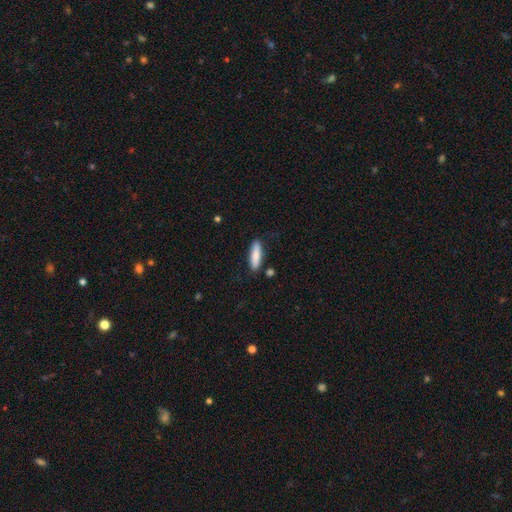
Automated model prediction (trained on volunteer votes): Smooth or featured: smooth — 84% (featured or disk — 10%)
How rounded: cigar-shaped — 64% (in between — 34%)
Merging: none — 84% (minor disturbance — 11%)